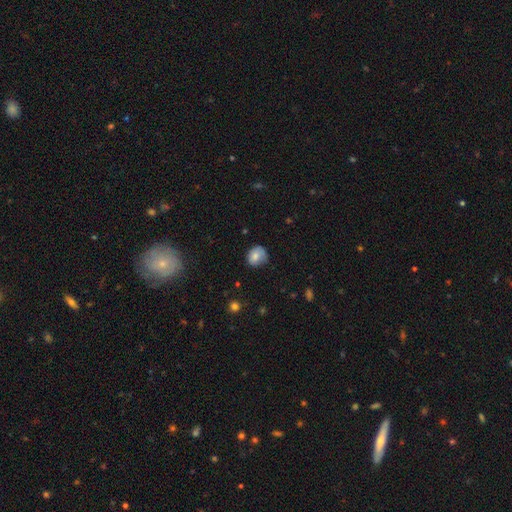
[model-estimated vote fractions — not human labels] Overall: smooth (75%). How rounded: round (63%; in between 36%). Merging: none (57%; minor disturbance 32%).